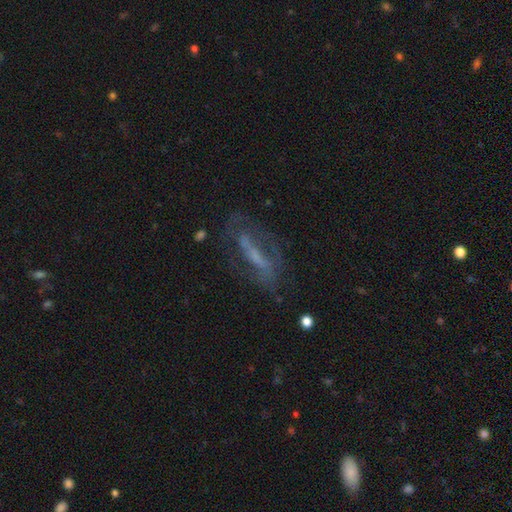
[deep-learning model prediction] Smooth or featured? featured or disk (66%)
Edge-on disk? no (71%)
Merging? none (63%)